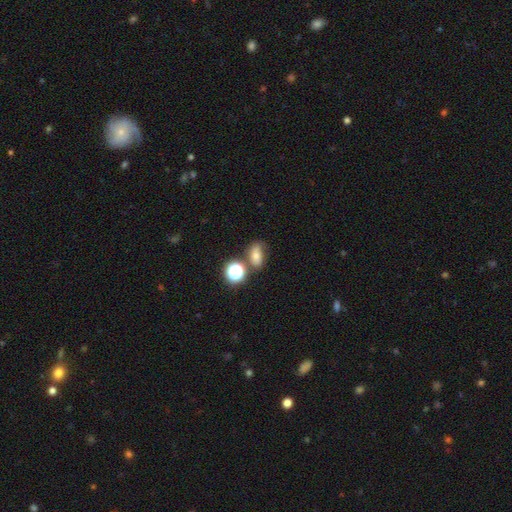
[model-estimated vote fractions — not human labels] Q: Smooth or featured?
A: smooth (61%); runner-up: star or artifact (21%)
Q: How rounded?
A: in between (71%); runner-up: round (27%)
Q: Merging?
A: none (58%); runner-up: minor disturbance (20%)